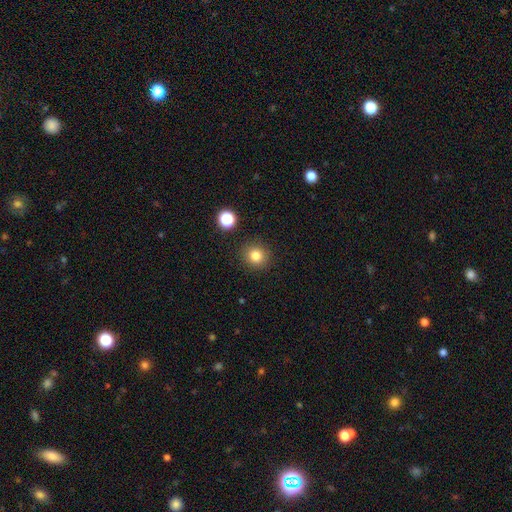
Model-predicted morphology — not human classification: A smooth galaxy with no disk features (81%) that is round (91%).

Vote fractions:
- Smooth or featured? smooth: 81% / star or artifact: 12% / featured or disk: 6%
- How rounded? round: 91% / in between: 8% / cigar-shaped: 1%
- Merging? none: 89% / minor disturbance: 6% / major disturbance: 2% / merger: 2%